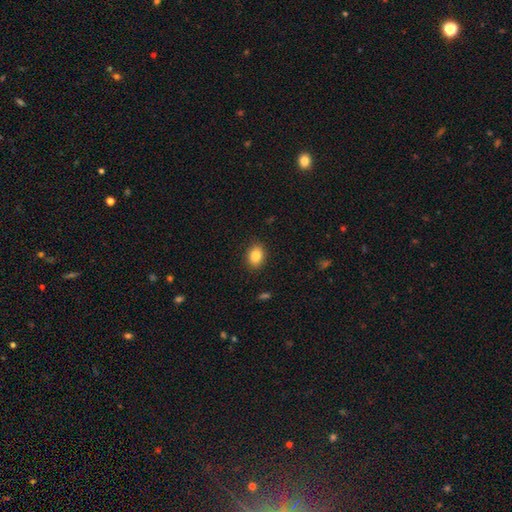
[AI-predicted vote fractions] Smooth or featured?
  - smooth: 85% *
  - star or artifact: 9%
  - featured or disk: 6%
How rounded?
  - in between: 66% *
  - round: 33%
  - cigar-shaped: 1%
Merging?
  - none: 89% *
  - minor disturbance: 8%
  - major disturbance: 2%
  - merger: 1%